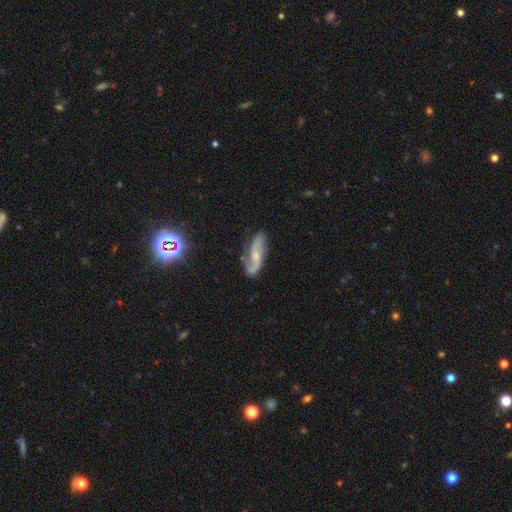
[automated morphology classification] Smooth or featured? Predicted: featured or disk (p=0.77). Edge-on disk? Predicted: no (p=0.90). Bar? Predicted: no (p=0.53). Spiral arms? Predicted: yes (p=0.95). Spiral winding? Predicted: loose (p=0.56). Spiral arm count? Predicted: 2 (p=0.87). Bulge size? Predicted: small (p=0.55). Merging? Predicted: none (p=0.70).